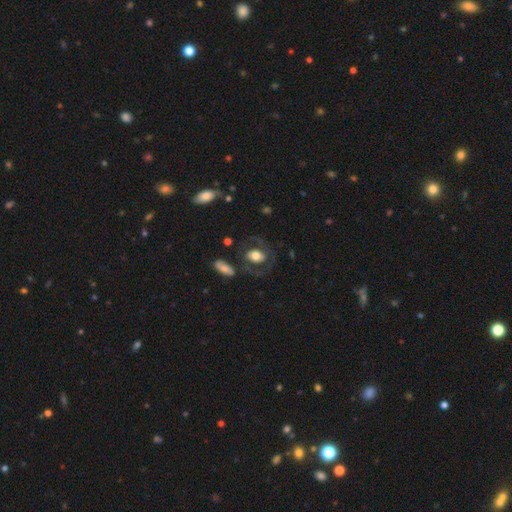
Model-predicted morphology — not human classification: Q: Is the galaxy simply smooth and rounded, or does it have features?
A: smooth — 47%.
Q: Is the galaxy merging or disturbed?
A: none — 65%.